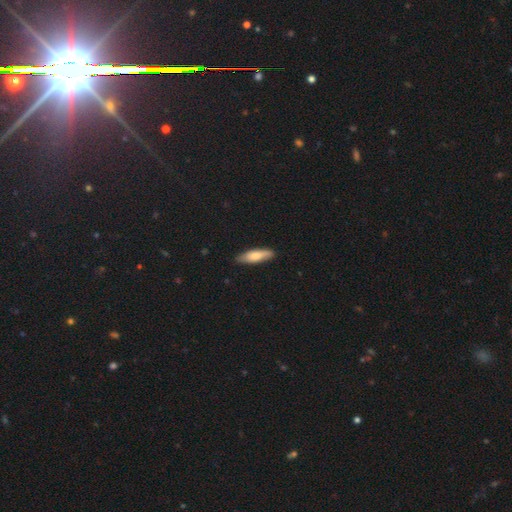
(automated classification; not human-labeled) smooth 75%, featured or disk 20%, star or artifact 5%. Down the decision tree: how rounded — cigar-shaped (62%); merging — none (85%).